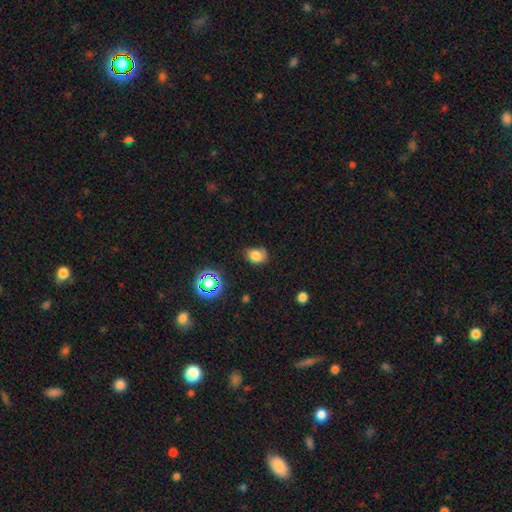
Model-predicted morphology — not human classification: smooth 74%, star or artifact 14%, featured or disk 12%. Down the decision tree: how rounded — in between (52%); merging — none (58%).